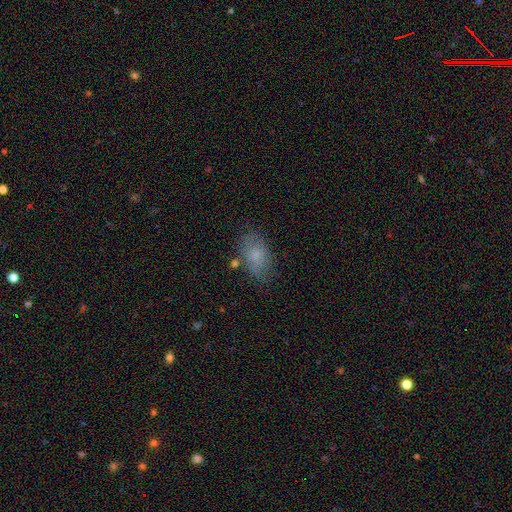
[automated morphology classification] The model was most divided on "merging": none: 68%, minor disturbance: 21%, major disturbance: 7%, merger: 5%. More confident: how rounded — in between (90%); smooth or featured — smooth (74%).